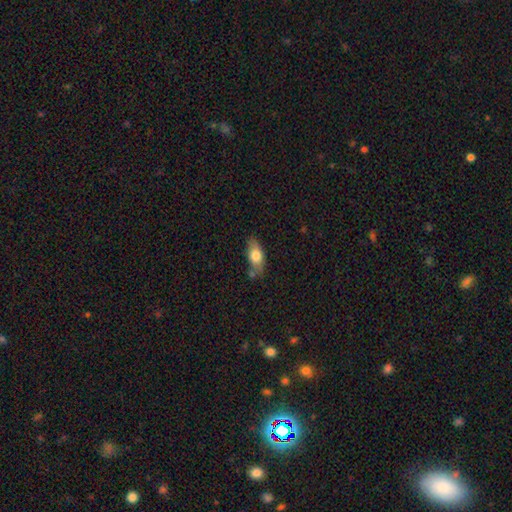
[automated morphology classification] A smooth galaxy with no disk features (74%) that is in between round and cigar-shaped (84%).

Vote fractions:
- Smooth or featured? smooth: 74% / featured or disk: 19% / star or artifact: 7%
- How rounded? in between: 84% / cigar-shaped: 11% / round: 5%
- Merging? none: 60% / minor disturbance: 24% / merger: 10% / major disturbance: 6%